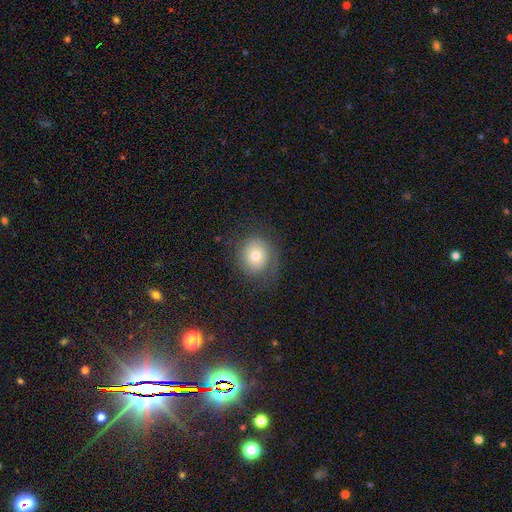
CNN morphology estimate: The model was most divided on "smooth or featured": smooth: 62%, featured or disk: 27%, star or artifact: 11%. More confident: how rounded — round (79%); merging — none (71%).